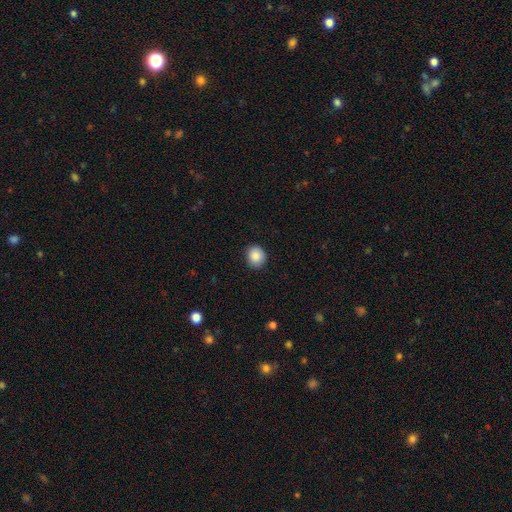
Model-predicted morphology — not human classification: A smooth galaxy with no disk features (88%) that is round (76%).

Vote fractions:
- Smooth or featured? smooth: 88% / star or artifact: 8% / featured or disk: 3%
- How rounded? round: 76% / in between: 23% / cigar-shaped: 1%
- Merging? none: 88% / minor disturbance: 9% / major disturbance: 2% / merger: 1%